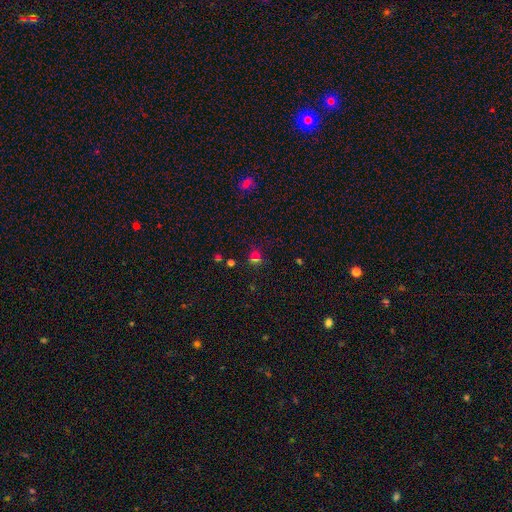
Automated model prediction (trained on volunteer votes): A smooth galaxy with no disk features (52%) that is round (75%). Merging: none (60%).